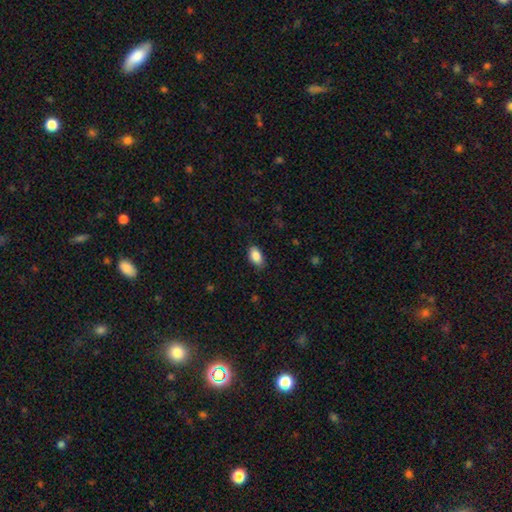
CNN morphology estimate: Smooth or featured? Predicted: smooth (p=0.88). How rounded? Predicted: in between (p=0.92). Merging? Predicted: none (p=0.84).